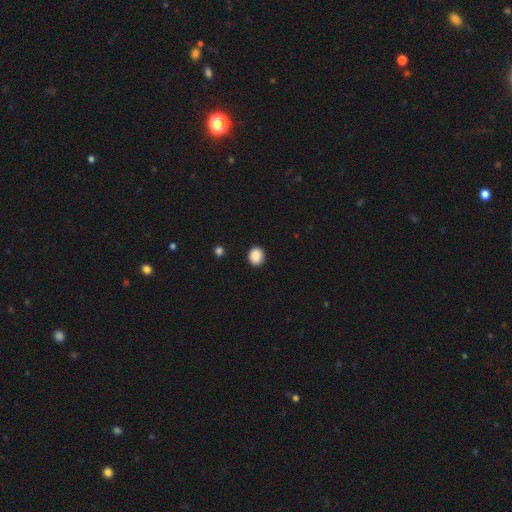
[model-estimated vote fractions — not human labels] Smooth or featured? Predicted: smooth (p=0.89). How rounded? Predicted: round (p=0.69). Merging? Predicted: none (p=0.90).